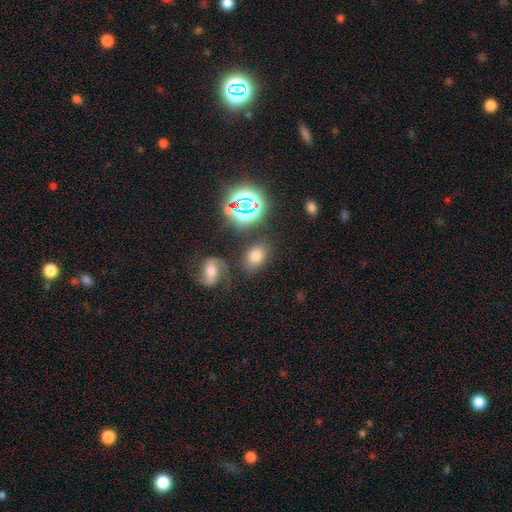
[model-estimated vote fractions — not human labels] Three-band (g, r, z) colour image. It shows a smooth galaxy with no disk features (67%) that is in between round and cigar-shaped (78%). Merging: none (76%).